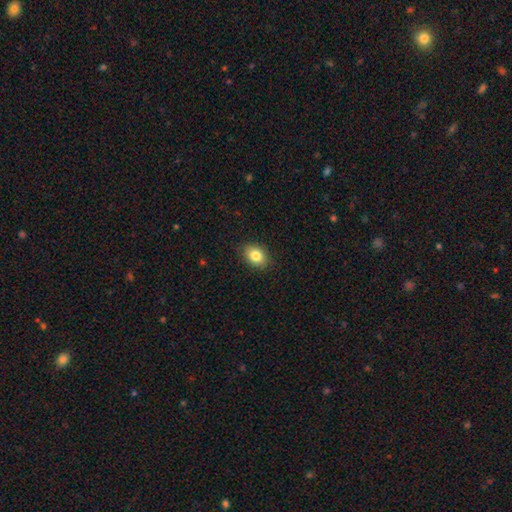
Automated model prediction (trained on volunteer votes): A smooth galaxy with no disk features (83%) that is in between round and cigar-shaped (71%).

Vote fractions:
- Smooth or featured? smooth: 83% / star or artifact: 9% / featured or disk: 8%
- How rounded? in between: 71% / round: 28% / cigar-shaped: 1%
- Merging? none: 88% / minor disturbance: 9% / major disturbance: 2% / merger: 1%